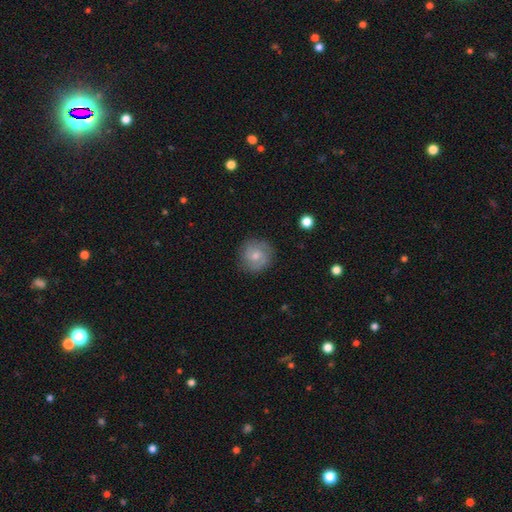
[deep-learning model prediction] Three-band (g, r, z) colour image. It shows a smooth galaxy with no disk features (48%). Merging: none (82%).